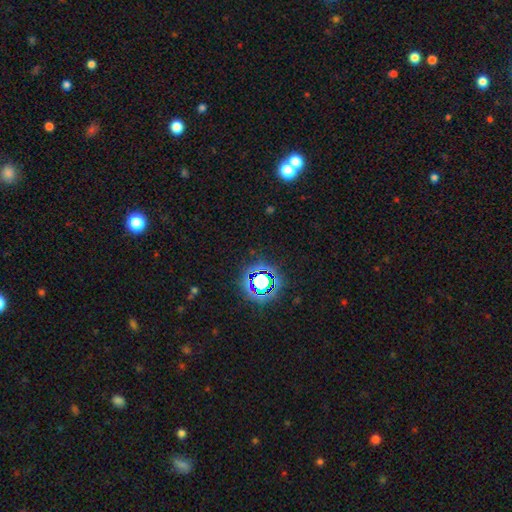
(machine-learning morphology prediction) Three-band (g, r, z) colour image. It shows a star or artifact, not a galaxy (77%).